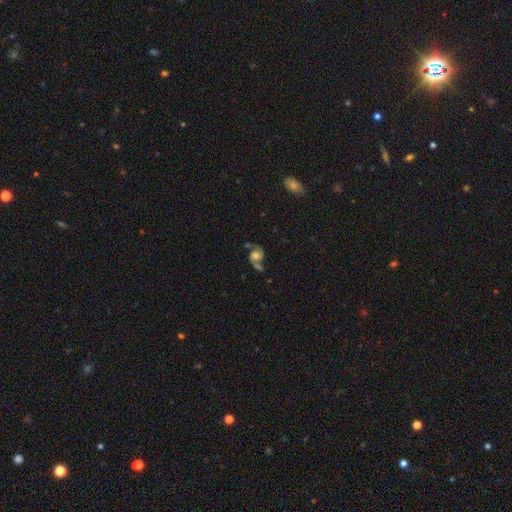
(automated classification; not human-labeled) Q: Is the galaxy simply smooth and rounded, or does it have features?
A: featured or disk — 82%.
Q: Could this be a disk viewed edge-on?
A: no — 98%.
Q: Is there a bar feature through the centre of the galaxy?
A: no — 65%.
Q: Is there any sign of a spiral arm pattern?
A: yes — 95%.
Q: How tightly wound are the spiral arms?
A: medium — 49%.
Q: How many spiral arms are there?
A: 2 — 91%.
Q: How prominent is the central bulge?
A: moderate — 47%.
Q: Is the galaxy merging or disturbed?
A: none — 57%.